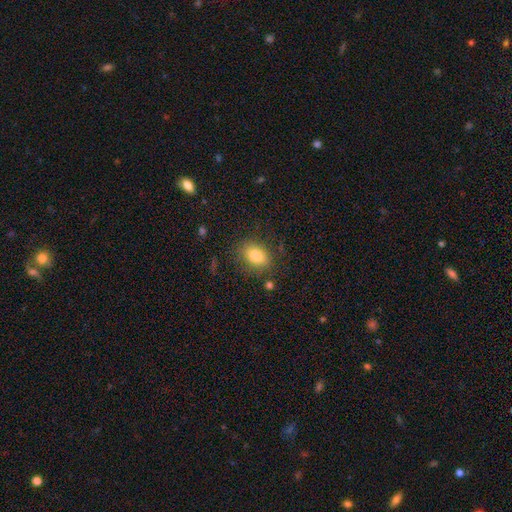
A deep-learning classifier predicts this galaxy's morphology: Smooth or featured? Predicted: smooth (p=0.82). How rounded? Predicted: in between (p=0.76). Merging? Predicted: none (p=0.80).